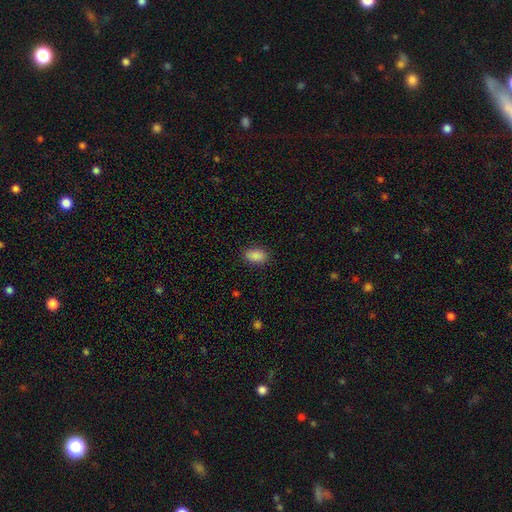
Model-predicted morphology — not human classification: Smooth or featured? Predicted: smooth (p=0.88). How rounded? Predicted: in between (p=0.91). Merging? Predicted: none (p=0.88).